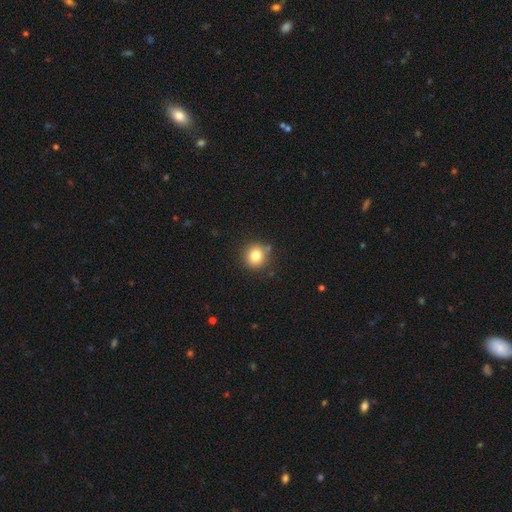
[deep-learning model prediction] Morphology: type=smooth (81%); roundness=round (92%); merging=none (84%).